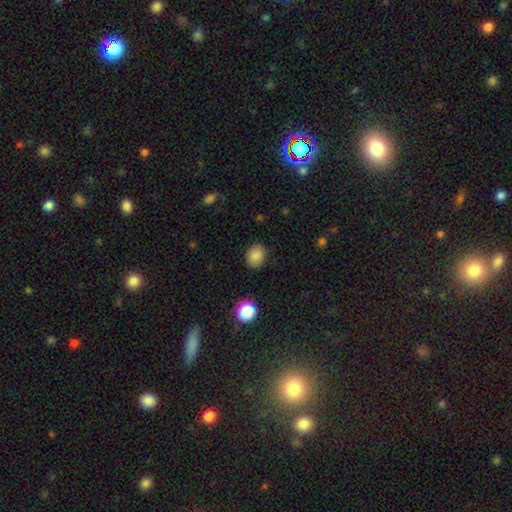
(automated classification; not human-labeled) Smooth or featured? Predicted: smooth (p=0.84). How rounded? Predicted: round (p=0.60). Merging? Predicted: none (p=0.87).